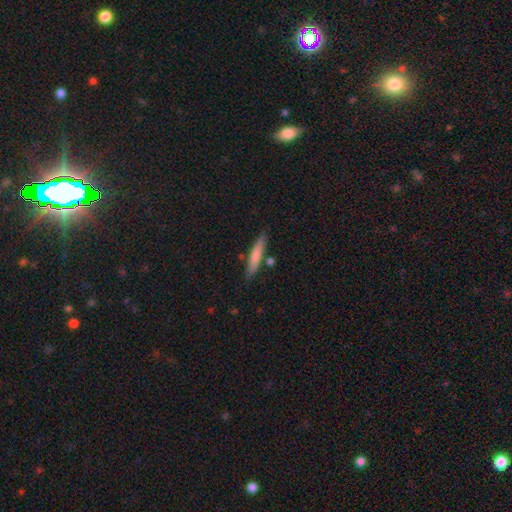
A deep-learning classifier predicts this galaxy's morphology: smooth-or-featured: smooth: 73% | featured or disk: 22% | star or artifact: 6%
  how-rounded: cigar-shaped: 89% | in between: 9% | round: 1%
  merging: none: 80% | minor disturbance: 11% | merger: 6% | major disturbance: 2%